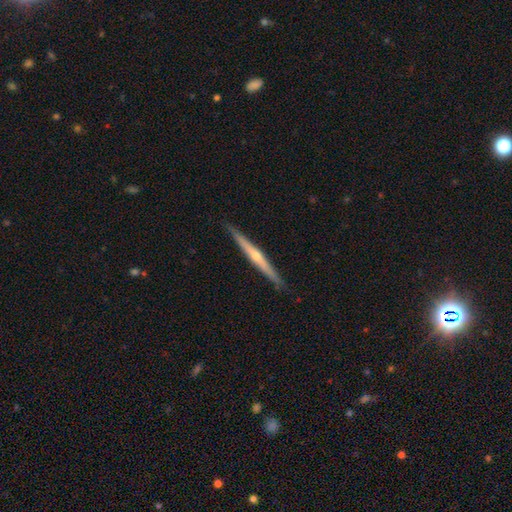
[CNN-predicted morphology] This appears to be a featured or disk galaxy (75%) viewed edge-on (98%) with a rounded central bulge (76%). Merging: none (92%).